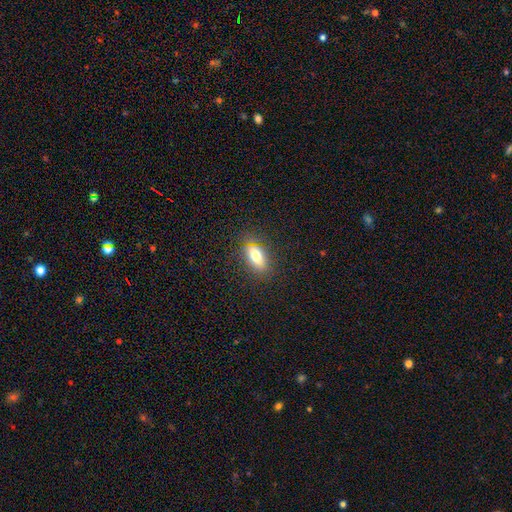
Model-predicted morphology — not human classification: smooth 69%, featured or disk 20%, star or artifact 11%. Down the decision tree: how rounded — in between (77%); merging — none (84%).